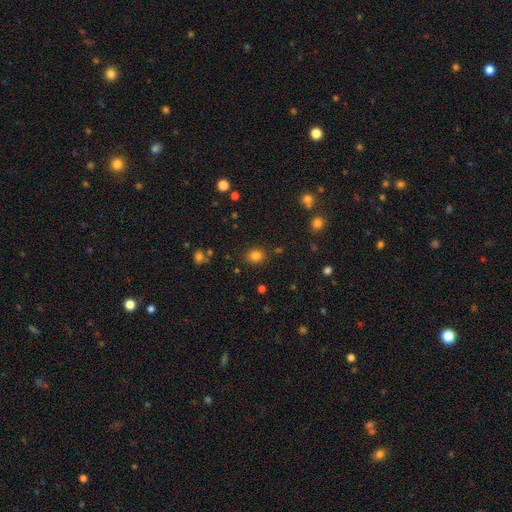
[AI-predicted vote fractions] A smooth galaxy with no disk features (81%) that is round (68%).

Vote fractions:
- Smooth or featured? smooth: 81% / star or artifact: 13% / featured or disk: 5%
- How rounded? round: 68% / in between: 31% / cigar-shaped: 1%
- Merging? none: 85% / minor disturbance: 10% / major disturbance: 3% / merger: 2%